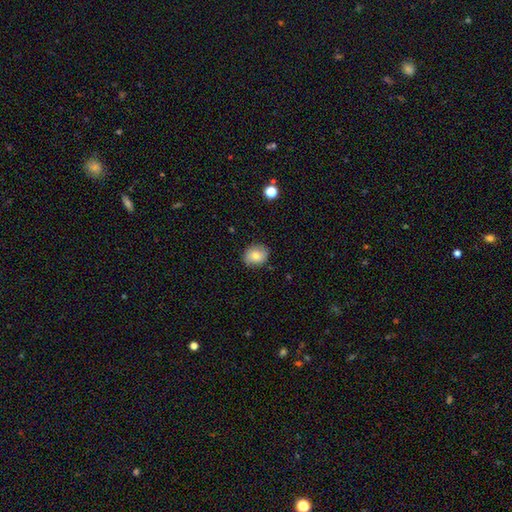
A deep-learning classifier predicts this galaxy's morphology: The model was most divided on "how rounded": round: 64%, in between: 35%, cigar-shaped: 1%. More confident: merging — none (83%); smooth or featured — smooth (75%).